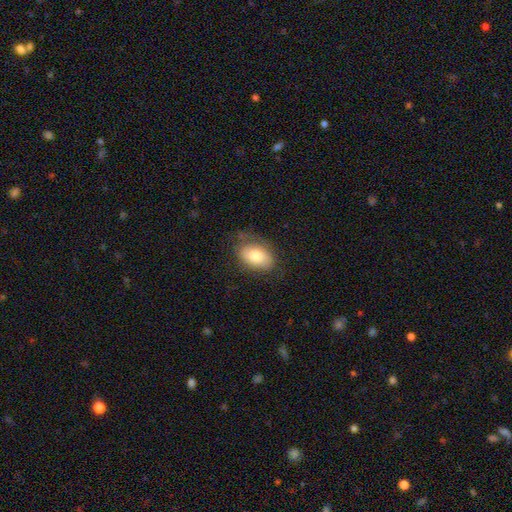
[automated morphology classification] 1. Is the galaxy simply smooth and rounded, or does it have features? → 79% smooth, 14% featured or disk, 7% star or artifact.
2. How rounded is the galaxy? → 90% in between, 8% round, 2% cigar-shaped.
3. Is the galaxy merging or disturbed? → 72% none, 20% minor disturbance, 6% major disturbance, 1% merger.